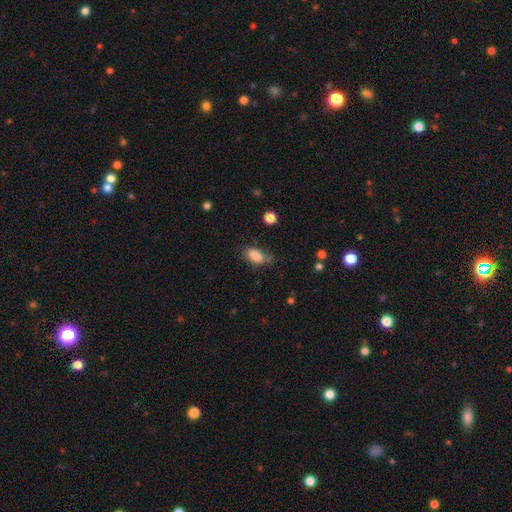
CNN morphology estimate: smooth 84%, star or artifact 8%, featured or disk 7%. Down the decision tree: how rounded — in between (89%); merging — none (63%).